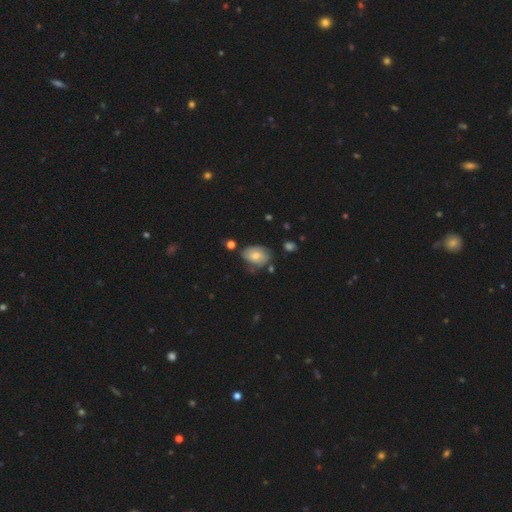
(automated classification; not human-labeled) Smooth or featured? smooth (57%)
How rounded? in between (78%)
Merging? none (53%)